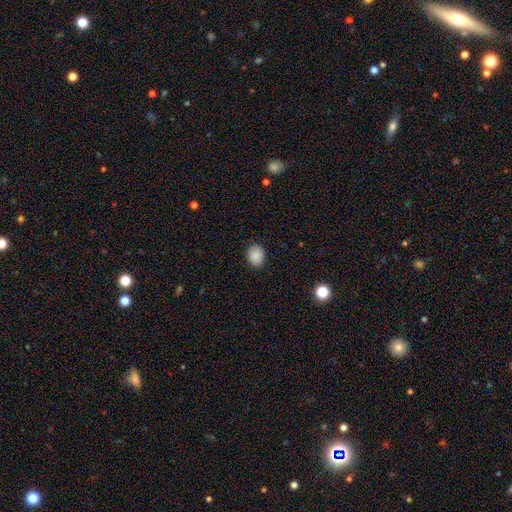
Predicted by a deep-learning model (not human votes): Smooth or featured? smooth (88%)
How rounded? in between (55%)
Merging? none (87%)